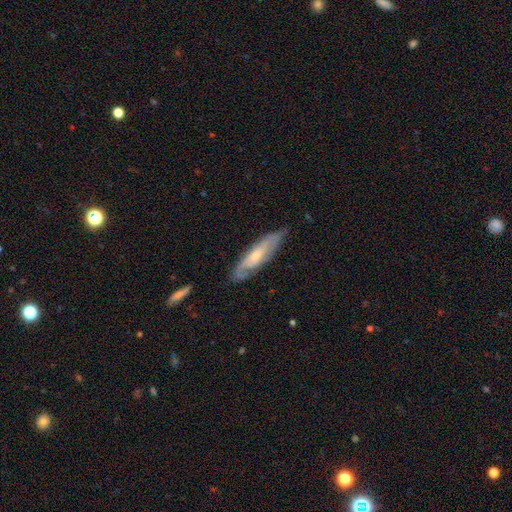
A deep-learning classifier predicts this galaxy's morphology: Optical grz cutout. It shows a featured or disk galaxy (62%). Merging: none (74%).